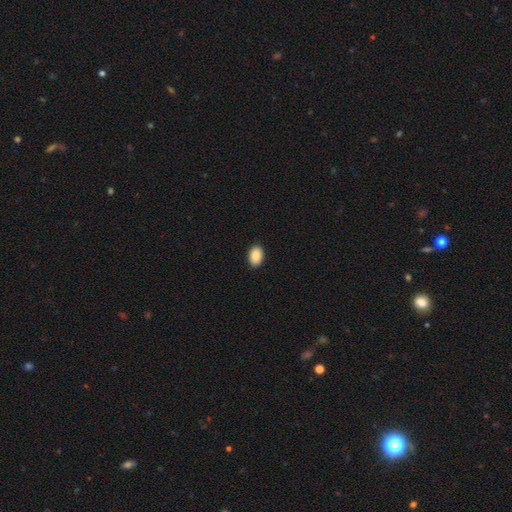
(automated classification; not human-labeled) Smooth or featured? Predicted: smooth (p=0.89). How rounded? Predicted: in between (p=0.84). Merging? Predicted: none (p=0.90).